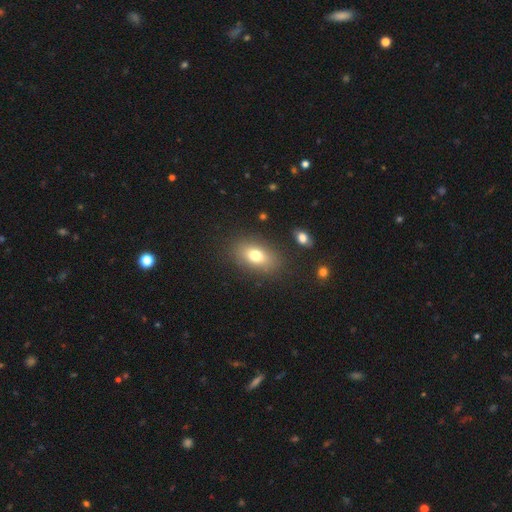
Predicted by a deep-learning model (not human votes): Overall: smooth (75%). How rounded: in between (84%). Merging: none (84%).